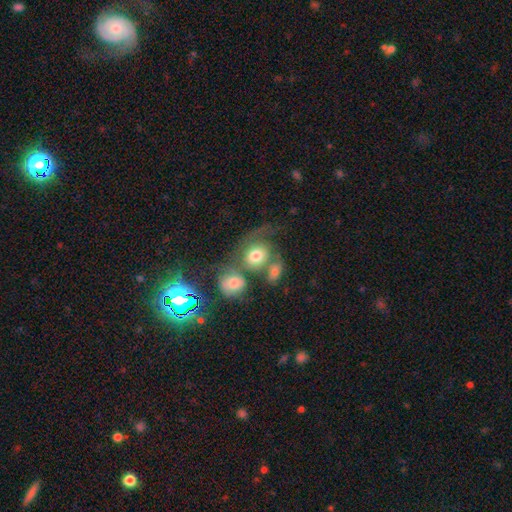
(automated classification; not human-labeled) Smooth or featured: smooth — 62% (featured or disk — 27%)
How rounded: round — 67% (in between — 32%)
Merging: merger — 43% (none — 26%)